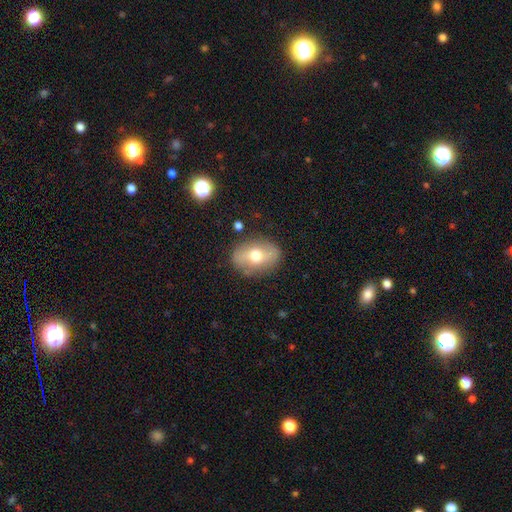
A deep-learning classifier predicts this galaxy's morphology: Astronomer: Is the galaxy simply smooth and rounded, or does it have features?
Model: smooth — 50% (runner-up: featured or disk, 42%).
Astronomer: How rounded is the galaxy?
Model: in between — 74%.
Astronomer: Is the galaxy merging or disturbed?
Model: none — 82%.